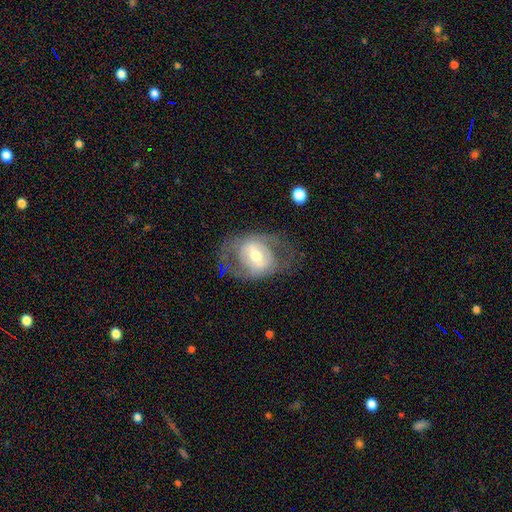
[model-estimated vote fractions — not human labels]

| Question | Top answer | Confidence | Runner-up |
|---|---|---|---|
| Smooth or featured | featured or disk | 65% | smooth (28%) |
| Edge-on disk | no | 94% | yes (6%) |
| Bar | weak | 40% | no (30%) |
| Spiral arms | no | 50% | tied: yes (50%) |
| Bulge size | moderate | 64% | small (25%) |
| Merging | none | 60% | major disturbance (20%) |